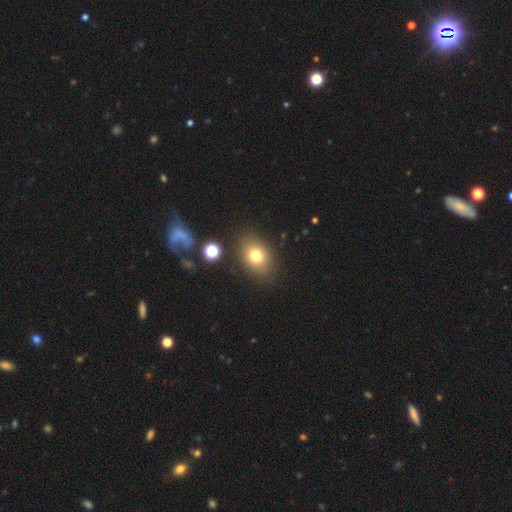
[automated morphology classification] The model was most divided on "how rounded": in between: 66%, round: 33%, cigar-shaped: 1%. More confident: merging — none (84%); smooth or featured — smooth (76%).